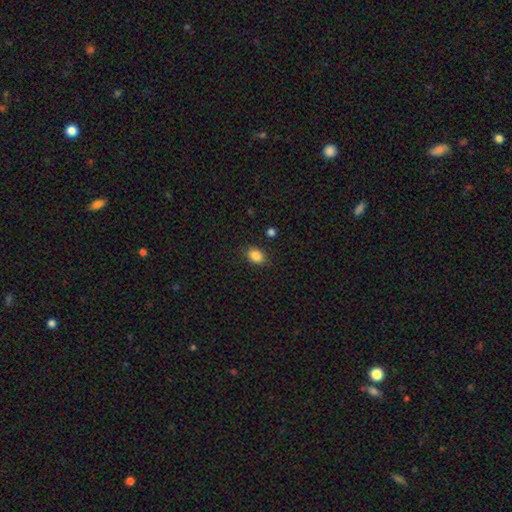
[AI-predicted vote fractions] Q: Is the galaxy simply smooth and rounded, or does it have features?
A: smooth — 86%.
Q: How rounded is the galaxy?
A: in between — 69%.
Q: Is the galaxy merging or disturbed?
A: none — 85%.